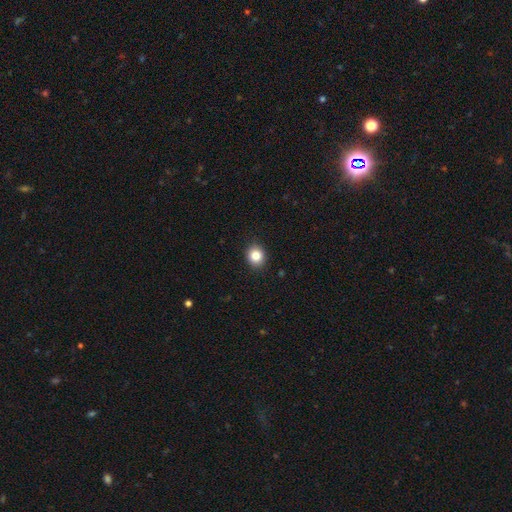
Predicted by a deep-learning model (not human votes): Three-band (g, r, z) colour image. It shows a smooth galaxy with no disk features (84%) that is round (76%). Merging: none (91%).